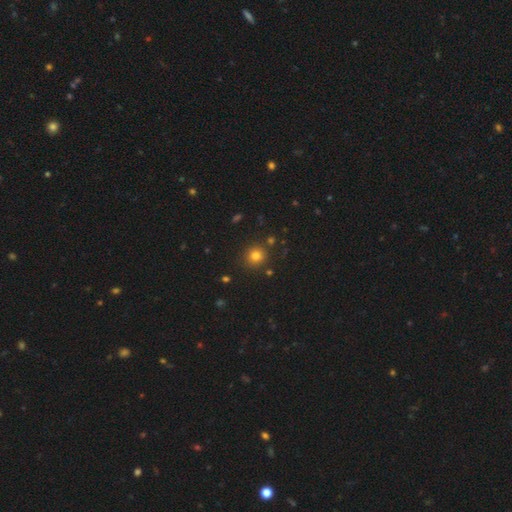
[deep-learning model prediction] smooth_or_featured: smooth (p=0.78) [alt: star or artifact p=0.15]
how_rounded: round (p=0.91) [alt: in between p=0.08]
merging: none (p=0.86) [alt: minor disturbance p=0.08]